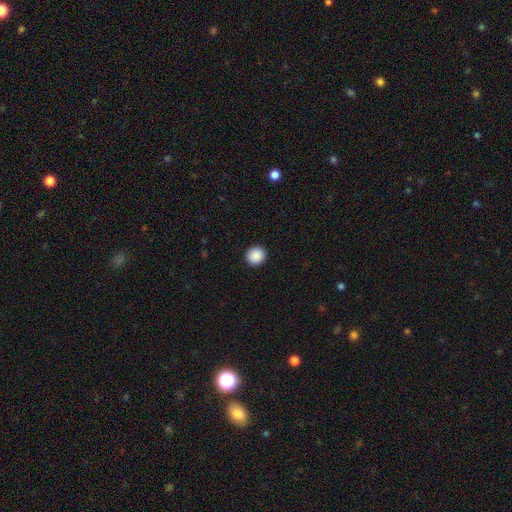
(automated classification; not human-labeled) A smooth galaxy with no disk features (90%) that is round (92%).

Vote fractions:
- Smooth or featured? smooth: 90% / star or artifact: 8% / featured or disk: 2%
- How rounded? round: 92% / in between: 7% / cigar-shaped: 1%
- Merging? none: 93% / minor disturbance: 4% / major disturbance: 2% / merger: 1%